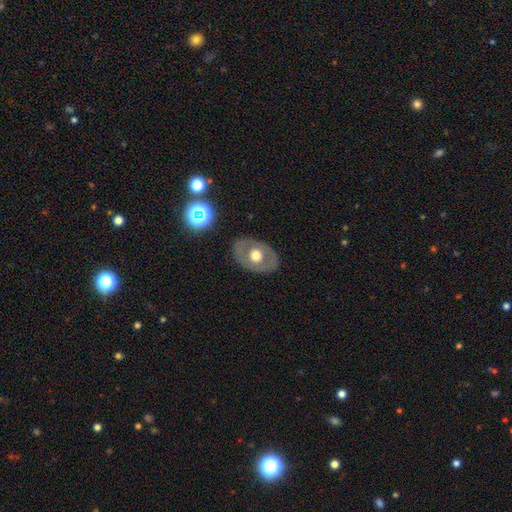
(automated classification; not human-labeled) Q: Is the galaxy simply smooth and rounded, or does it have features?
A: featured or disk — 51%.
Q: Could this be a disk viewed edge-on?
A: no — 90%.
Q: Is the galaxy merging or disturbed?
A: none — 82%.